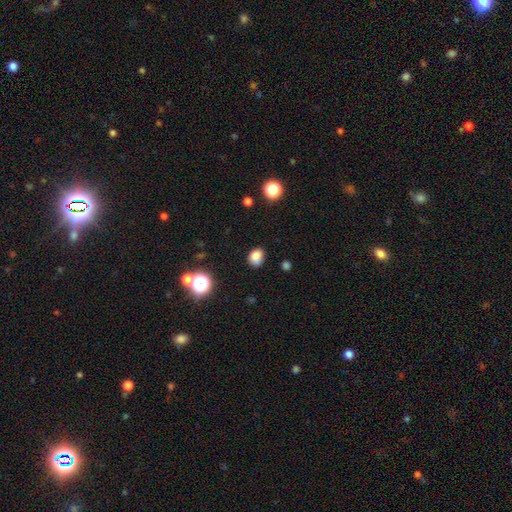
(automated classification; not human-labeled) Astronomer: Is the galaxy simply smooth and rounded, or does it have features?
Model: smooth — 82%.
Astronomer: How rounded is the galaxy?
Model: in between — 52% (runner-up: round, 47%).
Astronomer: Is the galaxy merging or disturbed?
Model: none — 78%.